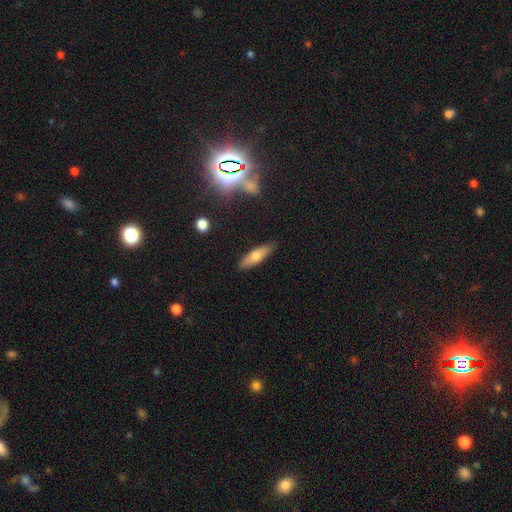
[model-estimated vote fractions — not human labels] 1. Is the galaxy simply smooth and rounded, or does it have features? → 66% smooth, 27% featured or disk, 7% star or artifact.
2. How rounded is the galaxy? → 52% cigar-shaped, 46% in between, 2% round.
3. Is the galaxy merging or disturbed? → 86% none, 10% minor disturbance, 2% major disturbance, 2% merger.